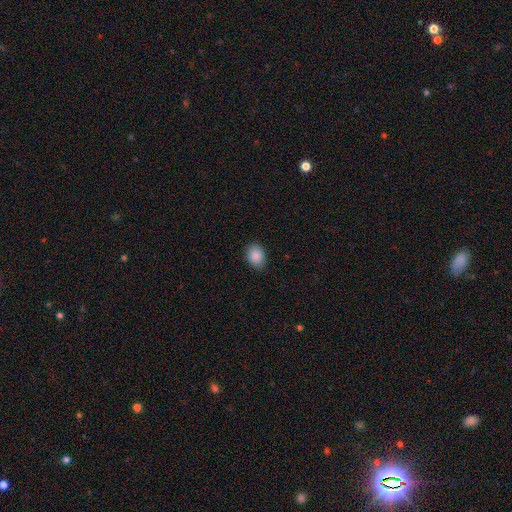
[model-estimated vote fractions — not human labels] A smooth galaxy with no disk features (89%) that is in between round and cigar-shaped (70%). Merging: none (87%).